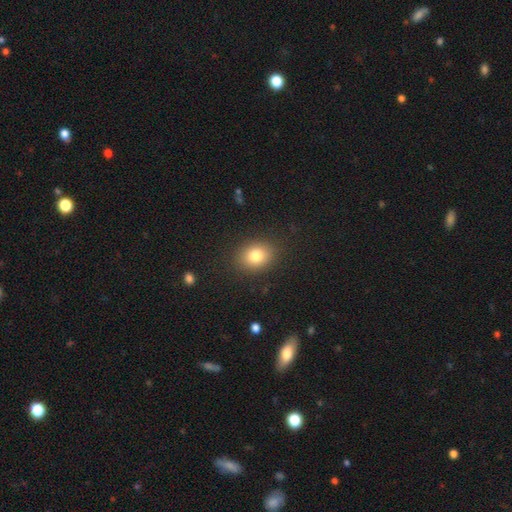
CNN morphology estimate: Smooth or featured: smooth — 80% (star or artifact — 11%)
How rounded: round — 53% (in between — 46%)
Merging: none — 87% (minor disturbance — 8%)